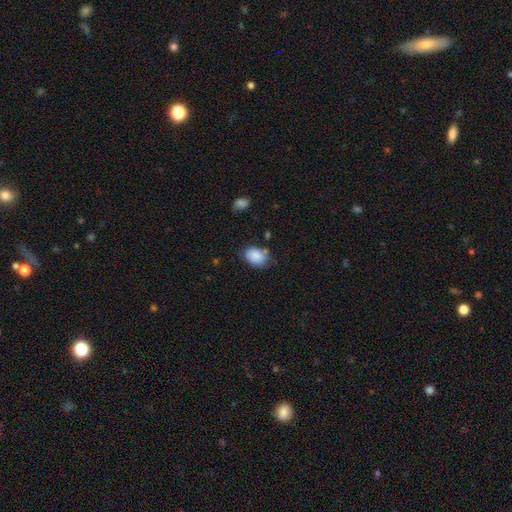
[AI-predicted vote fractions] smooth_or_featured: smooth (p=0.85) [alt: star or artifact p=0.07]
how_rounded: in between (p=0.74) [alt: round p=0.25]
merging: none (p=0.69) [alt: minor disturbance p=0.21]